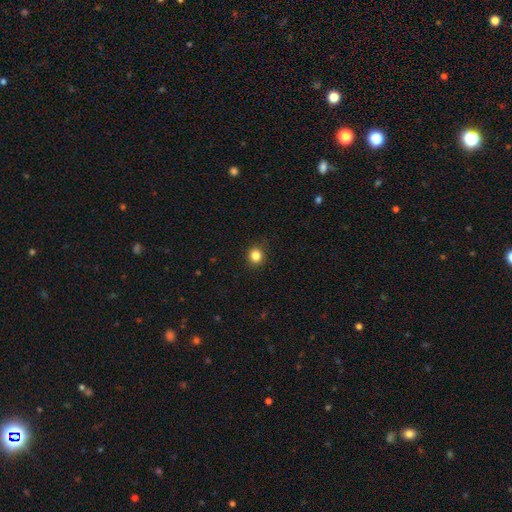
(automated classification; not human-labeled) The model was most divided on "smooth or featured": smooth: 84%, star or artifact: 12%, featured or disk: 4%. More confident: merging — none (90%); how rounded — round (87%).